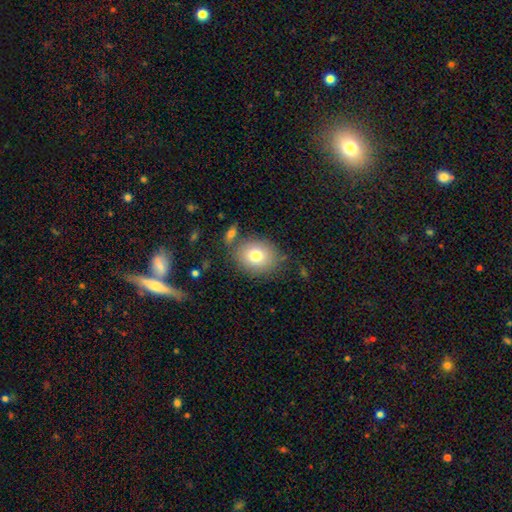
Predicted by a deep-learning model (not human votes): Q: Smooth or featured?
A: smooth (77%); runner-up: featured or disk (13%)
Q: How rounded?
A: round (63%); runner-up: in between (36%)
Q: Merging?
A: none (75%); runner-up: minor disturbance (13%)